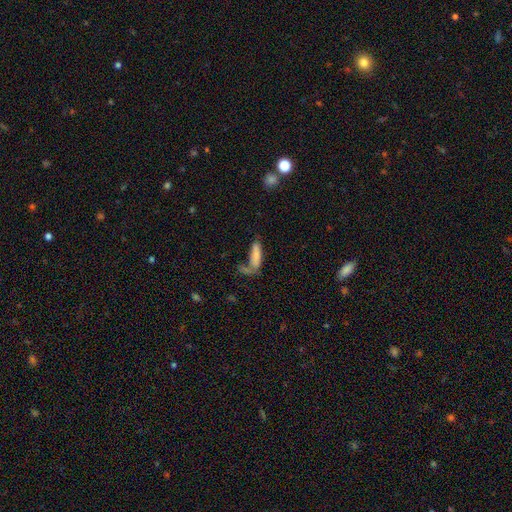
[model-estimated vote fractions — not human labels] Smooth or featured? Predicted: smooth (p=0.76). How rounded? Predicted: cigar-shaped (p=0.53). Merging? Predicted: none (p=0.37).